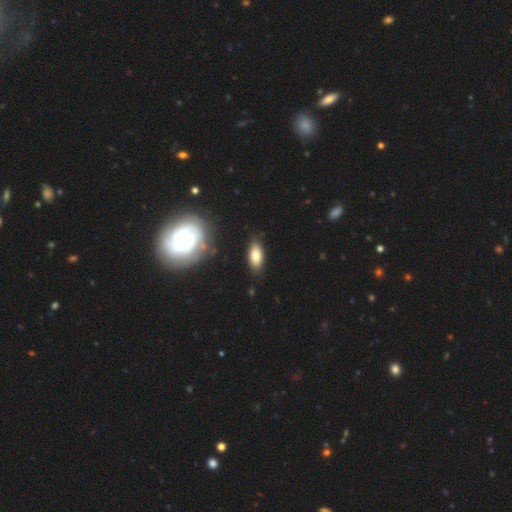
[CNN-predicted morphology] Smooth or featured? Predicted: smooth (p=0.71). How rounded? Predicted: in between (p=0.86). Merging? Predicted: none (p=0.82).